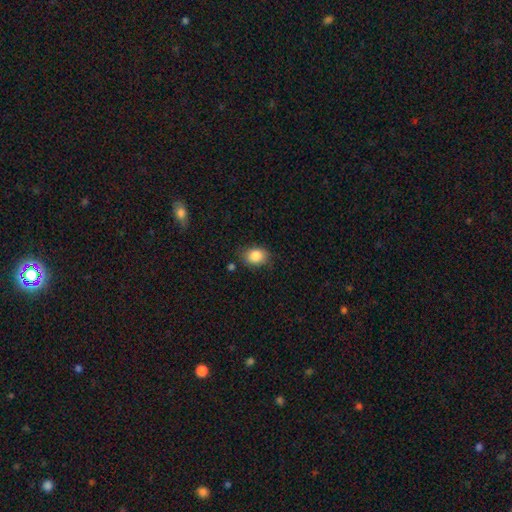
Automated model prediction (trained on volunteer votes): The model was most divided on "how rounded": in between: 59%, round: 40%, cigar-shaped: 1%. More confident: smooth or featured — smooth (85%); merging — none (77%).